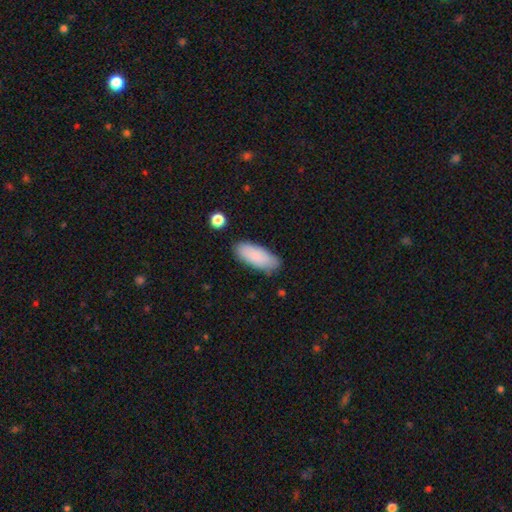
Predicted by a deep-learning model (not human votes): This appears to be a smooth galaxy with no disk features (87%) that is in between round and cigar-shaped (80%). Merging: none (82%).